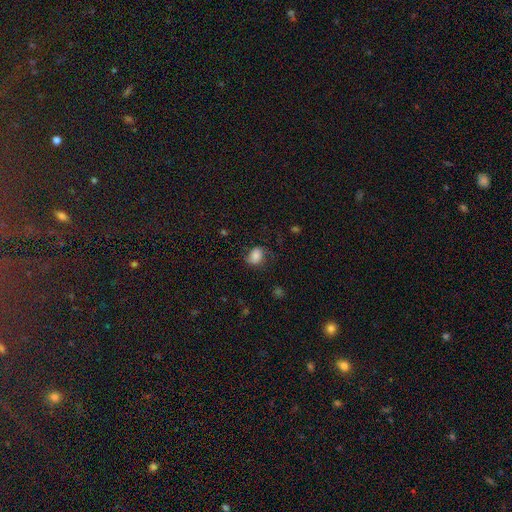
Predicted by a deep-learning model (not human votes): smooth 80%, featured or disk 10%, star or artifact 10%. Down the decision tree: how rounded — in between (65%); merging — none (64%).